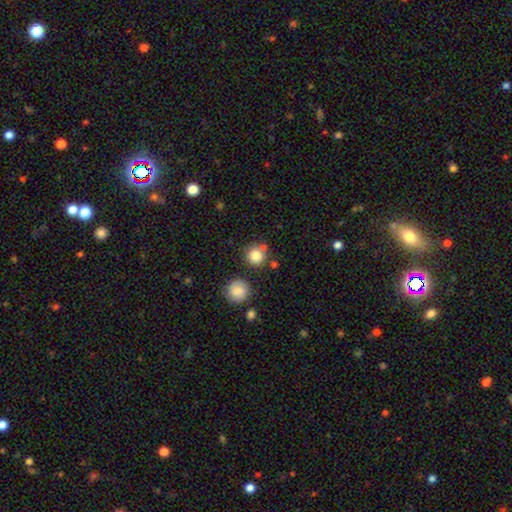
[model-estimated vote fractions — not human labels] A smooth galaxy with no disk features (82%) that is round (93%).

Vote fractions:
- Smooth or featured? smooth: 82% / star or artifact: 10% / featured or disk: 7%
- How rounded? round: 93% / in between: 6% / cigar-shaped: 1%
- Merging? none: 73% / merger: 12% / minor disturbance: 11% / major disturbance: 4%